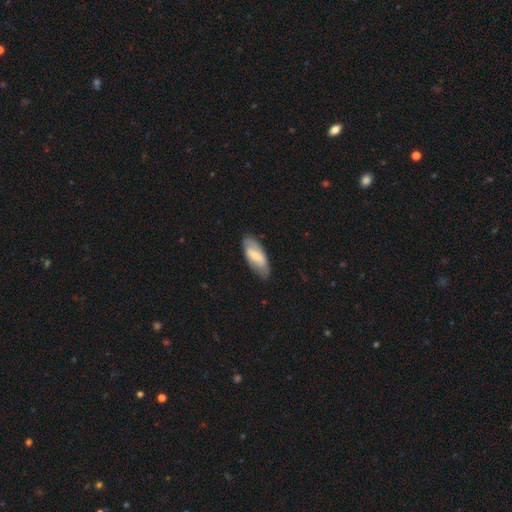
A featured or disk galaxy (49%) with a strong bar (65%), 2 (86%) medium (50%) spiral arms (82%) and a moderate central bulge (41%).

Vote fractions:
- Smooth or featured? featured or disk: 49% / smooth: 44% / star or artifact: 8%
- Edge-on disk? no: 89% / yes: 11%
- Bar? strong: 65% / weak: 29% / no: 6%
- Spiral arms? yes: 82% / no: 18%
- Spiral winding? medium: 50% / tight: 29% / loose: 21%
- Spiral arm count? 2: 86% / 3: 7% / can't tell: 7% / 1: 0% / 4: 0% / more than 4: 0%
- Bulge size? moderate: 41% / small: 29% / large: 18% / none: 12% / dominant: 0%
- Merging? none: 69% / major disturbance: 17% / minor disturbance: 14% / merger: 0%